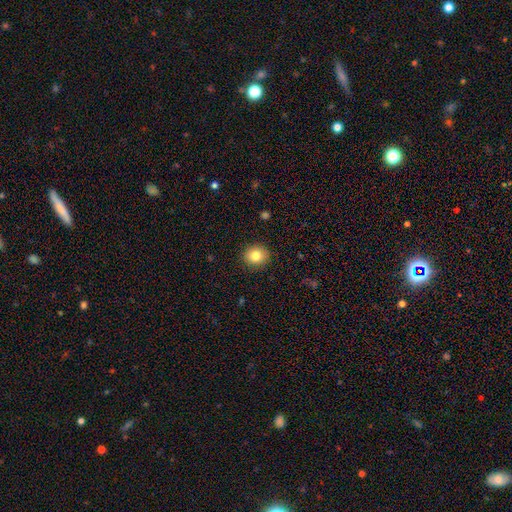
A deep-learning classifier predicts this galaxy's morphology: Smooth or featured: smooth — 82% (star or artifact — 10%)
How rounded: round — 85% (in between — 14%)
Merging: none — 91% (minor disturbance — 6%)